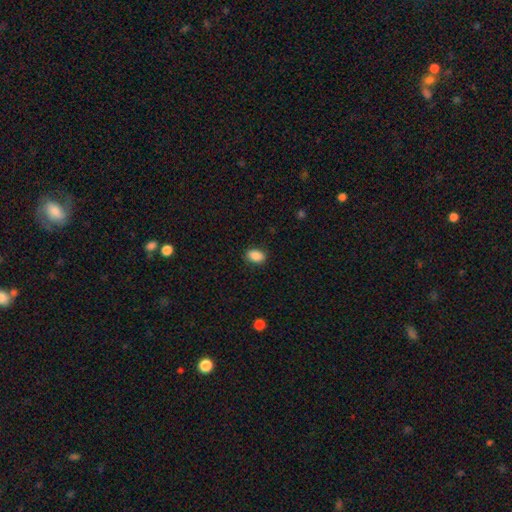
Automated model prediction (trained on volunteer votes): Smooth or featured?
  - smooth: 88% *
  - star or artifact: 8%
  - featured or disk: 4%
How rounded?
  - in between: 84% *
  - round: 14%
  - cigar-shaped: 1%
Merging?
  - none: 87% *
  - minor disturbance: 10%
  - major disturbance: 2%
  - merger: 1%